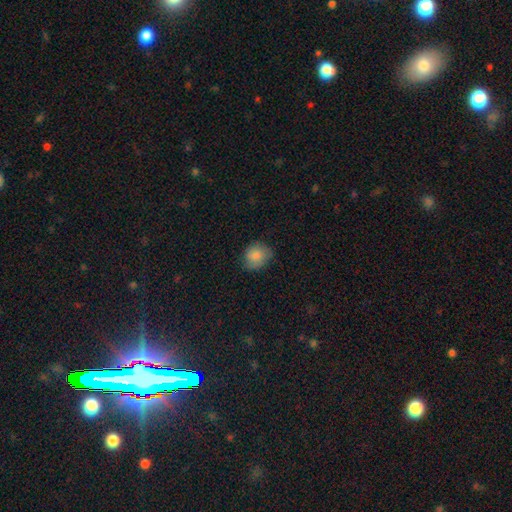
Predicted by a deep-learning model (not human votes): This appears to be a smooth galaxy with no disk features (84%) that is round (67%). Merging: none (71%).